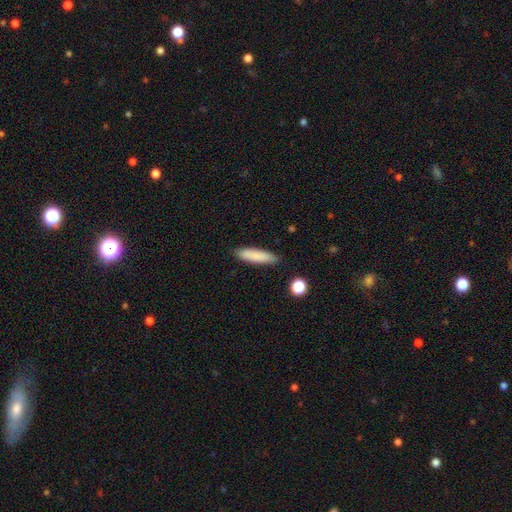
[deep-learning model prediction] This is clearly a smooth galaxy (84%). How rounded: likely cigar-shaped (72%). Merging: clearly none (86%).